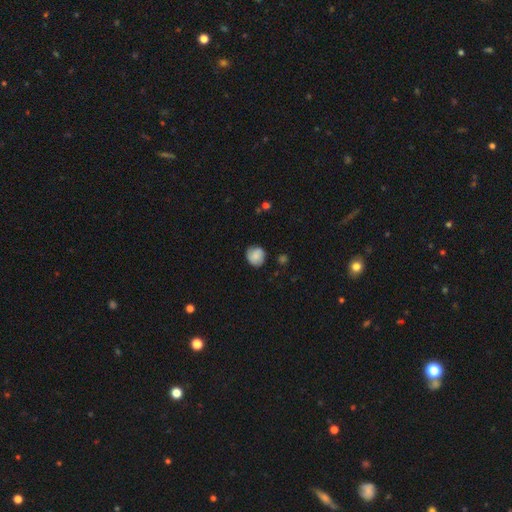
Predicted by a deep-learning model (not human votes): Overall: smooth (69%). How rounded: round (80%). Merging: none (71%).